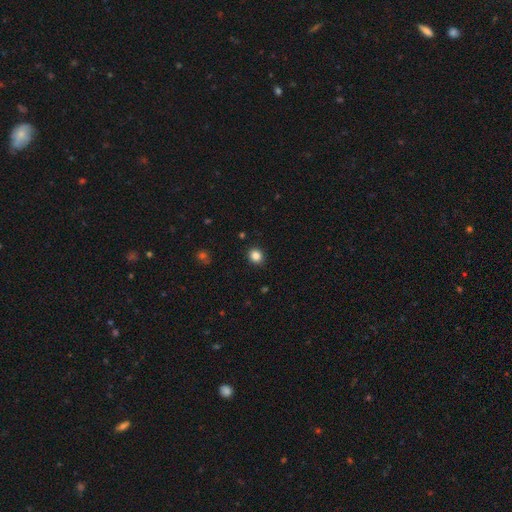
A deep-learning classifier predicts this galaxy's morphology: A smooth galaxy with no disk features (85%) that is round (78%). Merging: none (91%).